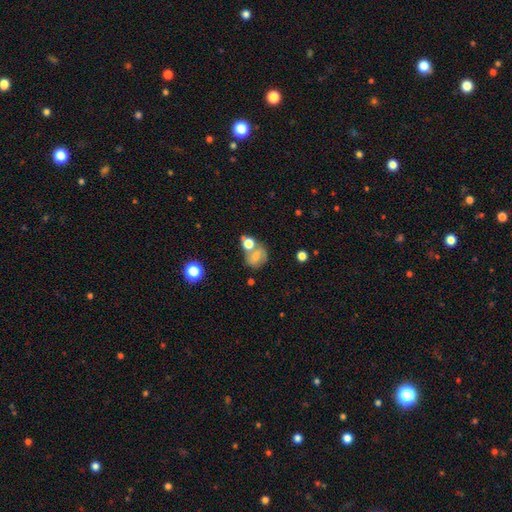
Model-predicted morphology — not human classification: This is possibly a smooth galaxy (55%). How rounded: possibly round (58%). Merging: possibly none (48%).